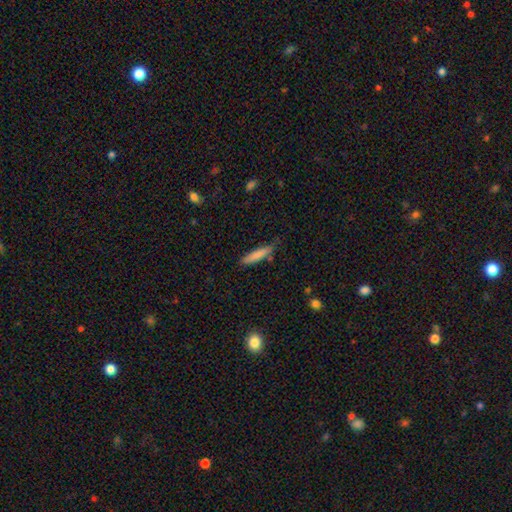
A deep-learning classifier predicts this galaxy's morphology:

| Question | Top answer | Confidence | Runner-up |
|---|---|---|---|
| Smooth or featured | smooth | 79% | featured or disk (15%) |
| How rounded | cigar-shaped | 88% | in between (11%) |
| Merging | none | 81% | minor disturbance (15%) |